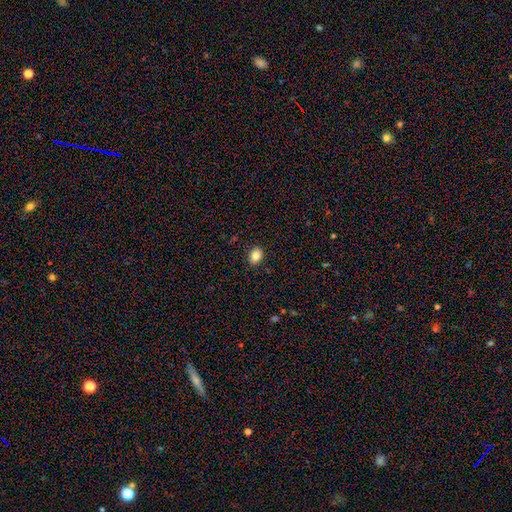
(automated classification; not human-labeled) A smooth galaxy with no disk features (84%) that is in between round and cigar-shaped (63%).

Vote fractions:
- Smooth or featured? smooth: 84% / star or artifact: 9% / featured or disk: 6%
- How rounded? in between: 63% / round: 36% / cigar-shaped: 1%
- Merging? none: 89% / minor disturbance: 8% / major disturbance: 2% / merger: 1%